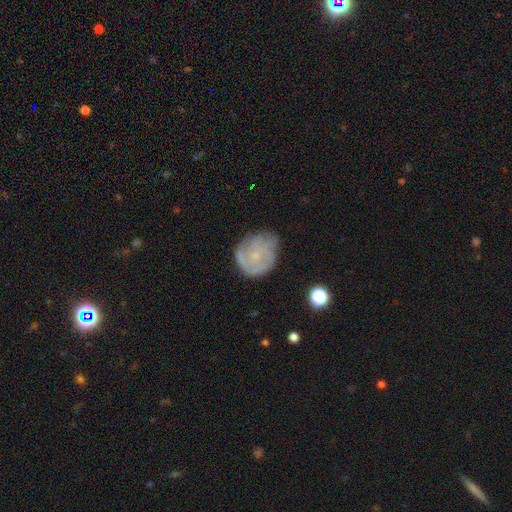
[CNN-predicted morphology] Smooth or featured? Predicted: featured or disk (p=0.52). Edge-on disk? Predicted: no (p=0.97). Bar? Predicted: no (p=0.81). Spiral arms? Predicted: yes (p=0.72). Bulge size? Predicted: small (p=0.78). Merging? Predicted: none (p=0.64).